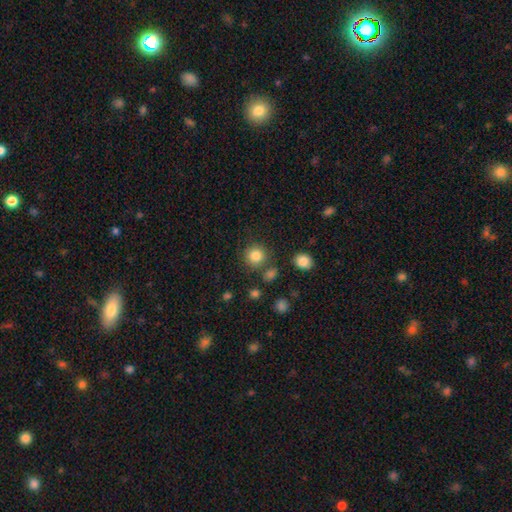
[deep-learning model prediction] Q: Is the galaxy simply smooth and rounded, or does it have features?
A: smooth — 84%.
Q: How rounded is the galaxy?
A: round — 90%.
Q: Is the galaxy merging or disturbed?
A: none — 79%.